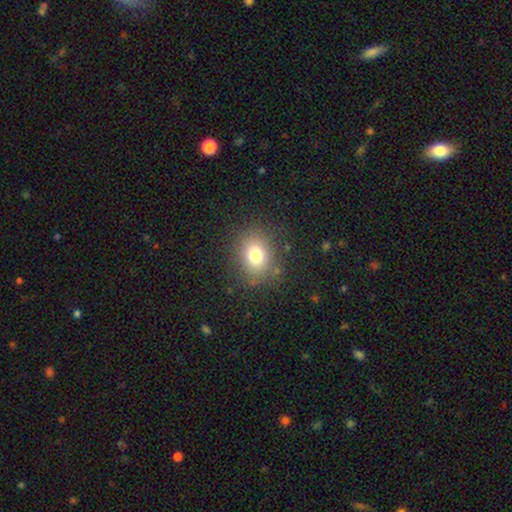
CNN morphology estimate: Smooth or featured? Predicted: smooth (p=0.75). How rounded? Predicted: round (p=0.53). Merging? Predicted: none (p=0.87).